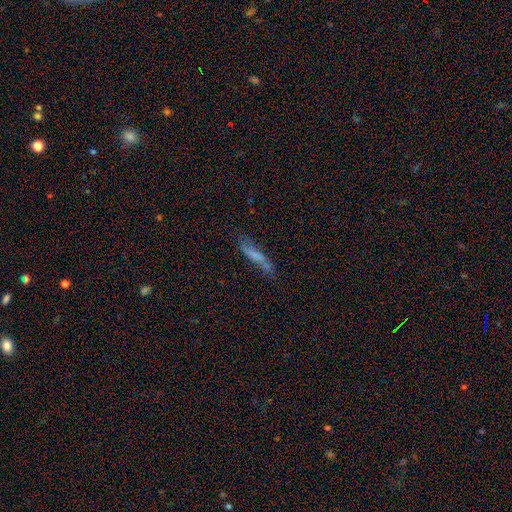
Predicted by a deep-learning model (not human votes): Smooth or featured: smooth — 57% (featured or disk — 33%)
How rounded: cigar-shaped — 82% (in between — 16%)
Merging: none — 57% (minor disturbance — 27%)